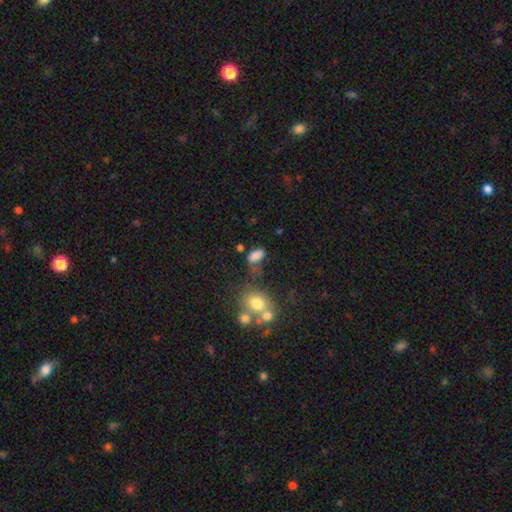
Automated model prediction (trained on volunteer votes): smooth 77%, star or artifact 13%, featured or disk 11%. Down the decision tree: how rounded — in between (86%); merging — none (42%).